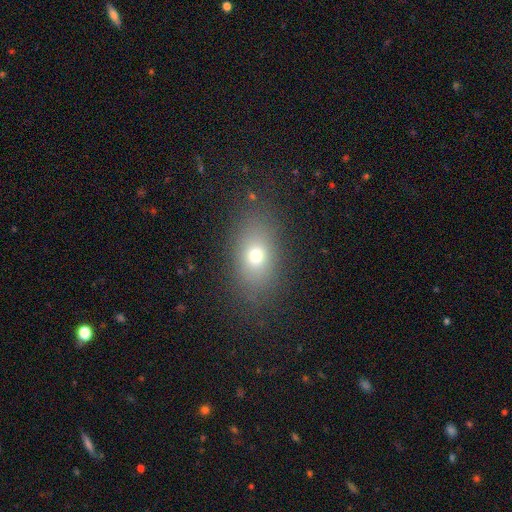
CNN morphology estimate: This is likely a smooth galaxy (71%). How rounded: likely in between (79%). Merging: clearly none (82%).